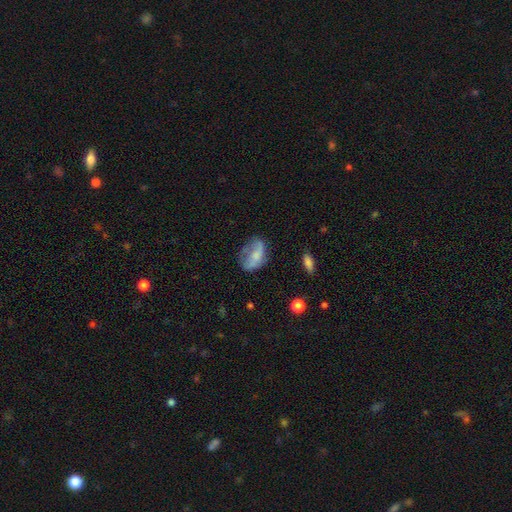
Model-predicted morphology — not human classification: smooth_or_featured: smooth (p=0.55) [alt: featured or disk p=0.36]
how_rounded: in between (p=0.82) [alt: round p=0.15]
merging: none (p=0.41) [alt: minor disturbance p=0.30]